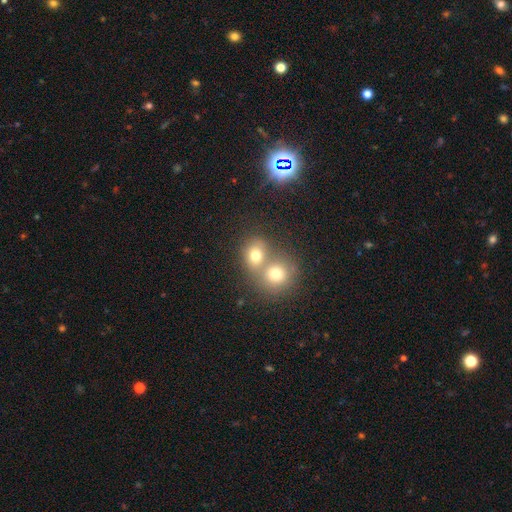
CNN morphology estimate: Smooth or featured? smooth (72%)
How rounded? round (73%)
Merging? merger (54%)